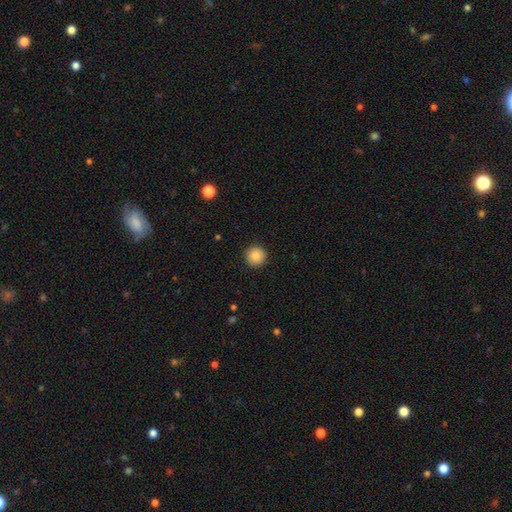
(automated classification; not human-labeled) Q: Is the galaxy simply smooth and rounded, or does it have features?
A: smooth — 85%.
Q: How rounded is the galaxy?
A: round — 96%.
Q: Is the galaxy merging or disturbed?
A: none — 92%.